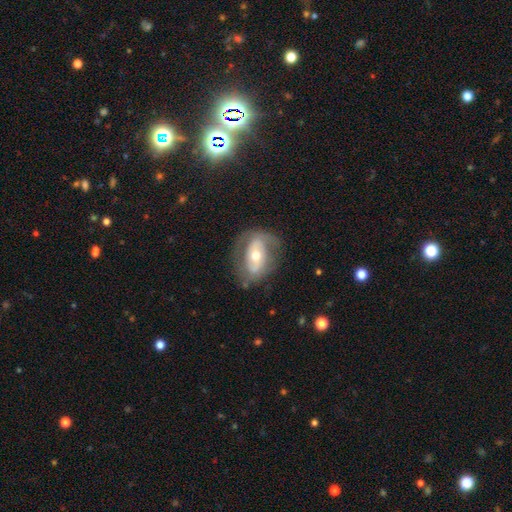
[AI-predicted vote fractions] smooth_or_featured: featured or disk (p=0.64) [alt: smooth p=0.29]
disk_edge_on: no (p=0.92) [alt: yes p=0.08]
bar: no (p=0.46) [alt: strong p=0.27]
has_spiral_arms: yes (p=0.55) [alt: no p=0.45]
bulge_size: moderate (p=0.67) [alt: small p=0.25]
merging: none (p=0.65) [alt: minor disturbance p=0.20]